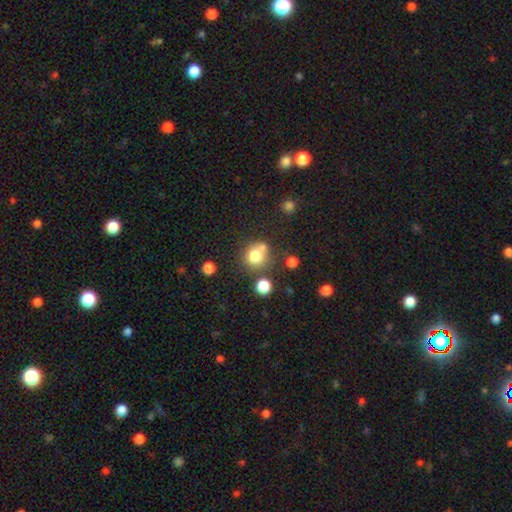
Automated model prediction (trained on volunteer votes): Smooth or featured?
  - smooth: 77% *
  - star or artifact: 13%
  - featured or disk: 11%
How rounded?
  - round: 86% *
  - in between: 13%
  - cigar-shaped: 1%
Merging?
  - none: 59% *
  - merger: 24%
  - minor disturbance: 13%
  - major disturbance: 5%